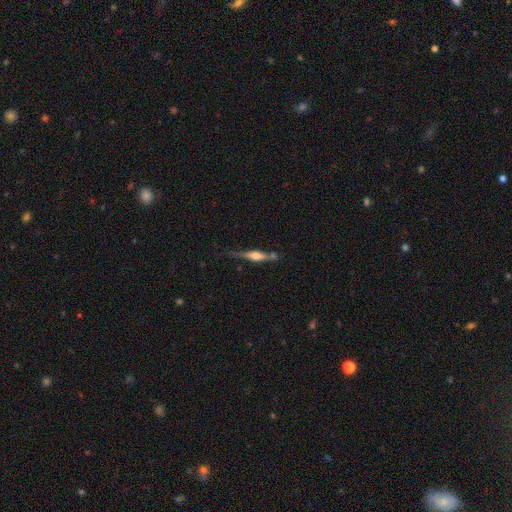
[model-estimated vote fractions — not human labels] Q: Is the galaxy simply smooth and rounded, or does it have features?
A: featured or disk — 68%.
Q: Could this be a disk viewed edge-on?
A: yes — 95%.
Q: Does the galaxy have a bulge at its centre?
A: rounded — 79%.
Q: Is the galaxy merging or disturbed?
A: none — 61%.